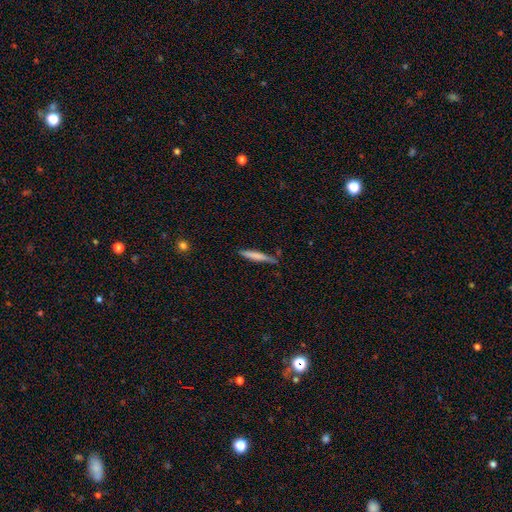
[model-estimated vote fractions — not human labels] Smooth or featured: smooth — 71% (featured or disk — 24%)
How rounded: cigar-shaped — 93% (in between — 5%)
Merging: none — 75% (minor disturbance — 19%)